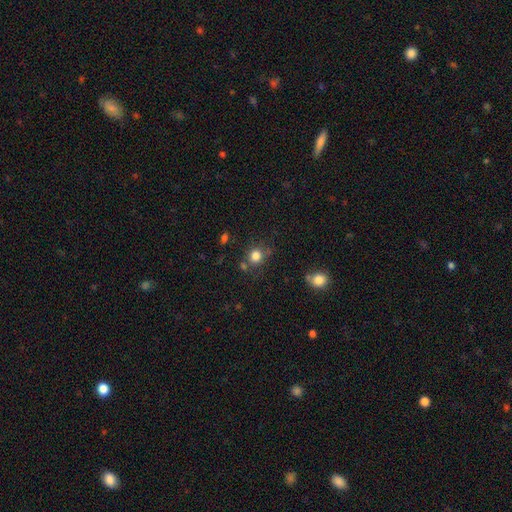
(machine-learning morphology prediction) Smooth or featured? smooth (80%)
How rounded? round (82%)
Merging? none (69%)